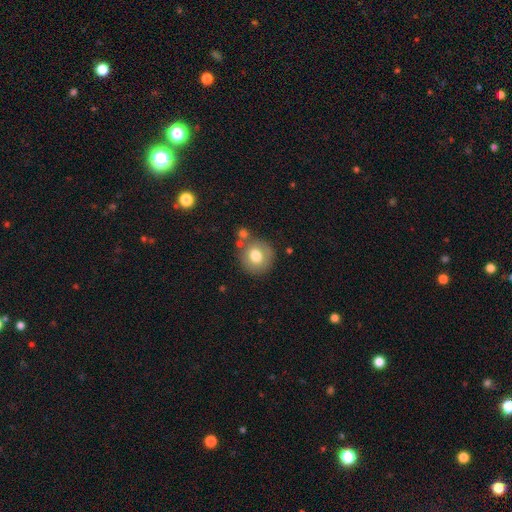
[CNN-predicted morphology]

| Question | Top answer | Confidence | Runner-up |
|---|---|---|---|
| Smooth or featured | smooth | 74% | featured or disk (17%) |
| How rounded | round | 88% | in between (11%) |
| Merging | none | 71% | minor disturbance (13%) |